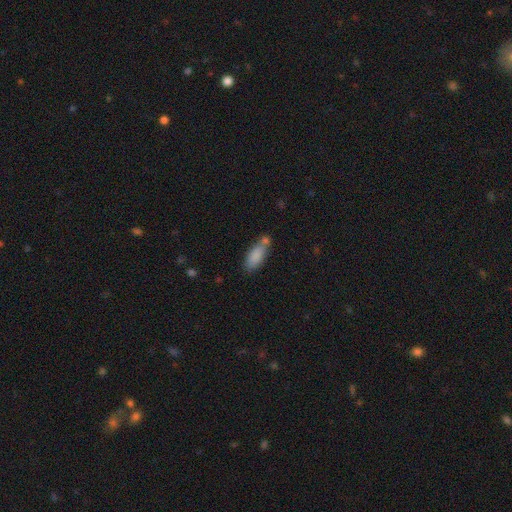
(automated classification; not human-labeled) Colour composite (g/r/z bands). It shows a smooth galaxy with no disk features (83%) that is in between round and cigar-shaped (73%). Merging: none (51%).